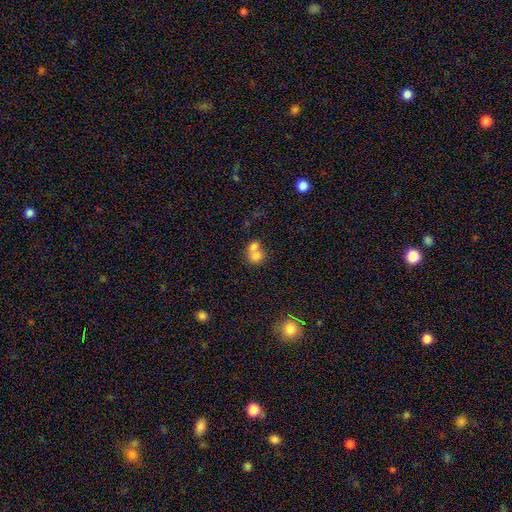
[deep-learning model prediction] Morphology: type=smooth (71%); roundness=round (62%); merging=merger (71%).